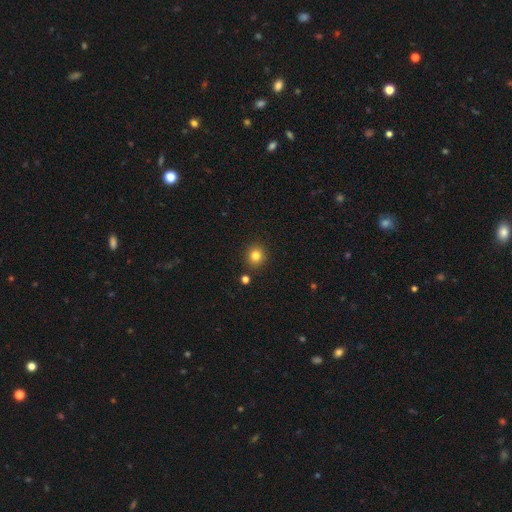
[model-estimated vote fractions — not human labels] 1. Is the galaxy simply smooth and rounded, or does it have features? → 81% smooth, 13% star or artifact, 6% featured or disk.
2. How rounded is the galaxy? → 88% round, 11% in between, 1% cigar-shaped.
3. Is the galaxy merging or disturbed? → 88% none, 6% minor disturbance, 3% merger, 2% major disturbance.